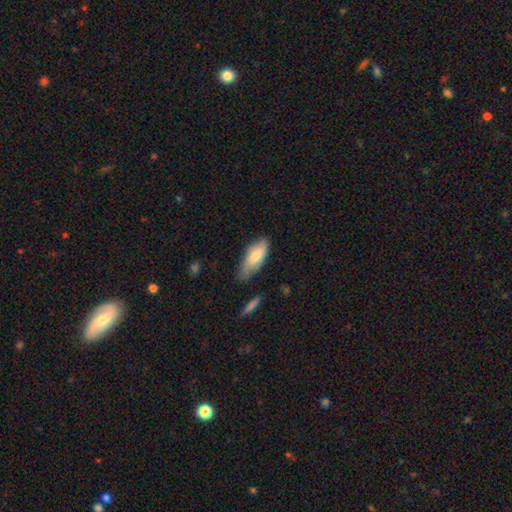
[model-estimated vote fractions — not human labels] A smooth galaxy with no disk features (74%) that is in between round and cigar-shaped (80%). Merging: none (57%).